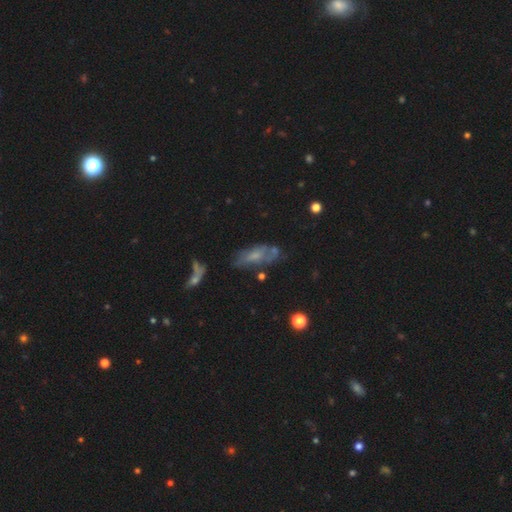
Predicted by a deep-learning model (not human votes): smooth_or_featured: featured or disk (p=0.46) [alt: smooth p=0.42]
merging: none (p=0.47) [alt: minor disturbance p=0.25]